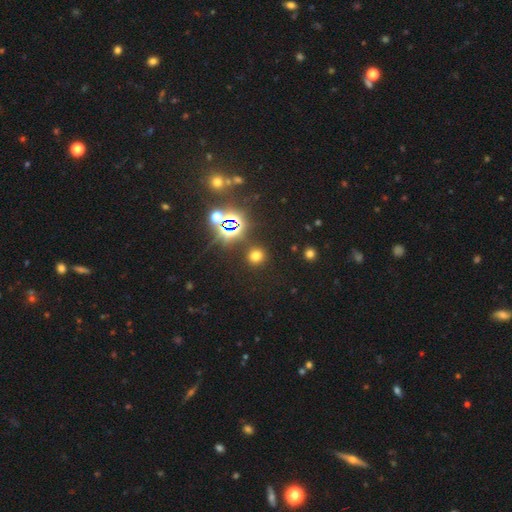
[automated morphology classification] Smooth or featured? Predicted: smooth (p=0.63). How rounded? Predicted: round (p=0.87). Merging? Predicted: none (p=0.88).